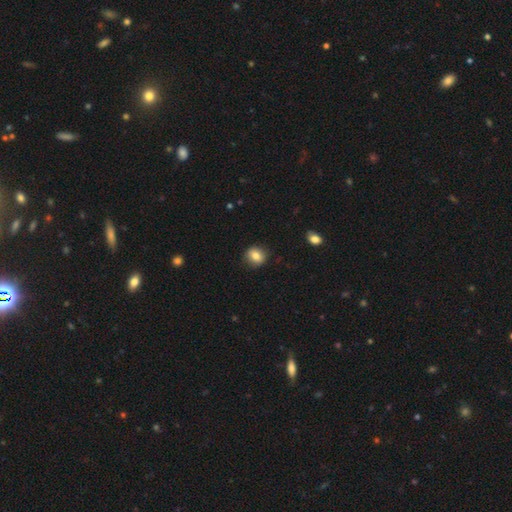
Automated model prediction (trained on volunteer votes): The model was most divided on "how rounded": round: 73%, in between: 26%, cigar-shaped: 1%. More confident: merging — none (87%); smooth or featured — smooth (80%).